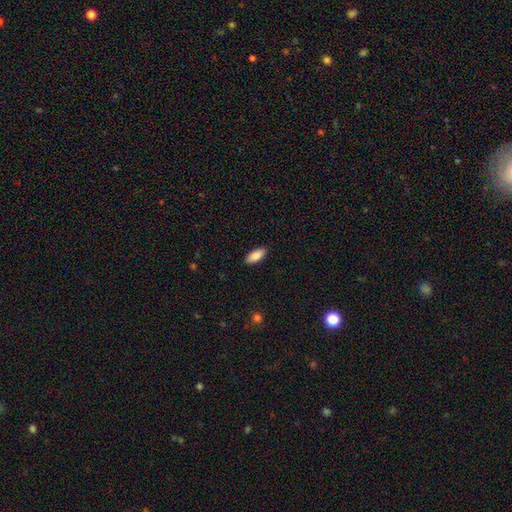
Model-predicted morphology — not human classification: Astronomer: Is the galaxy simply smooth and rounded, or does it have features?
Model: smooth — 86%.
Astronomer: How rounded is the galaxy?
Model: in between — 86%.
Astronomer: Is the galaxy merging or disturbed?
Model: none — 89%.